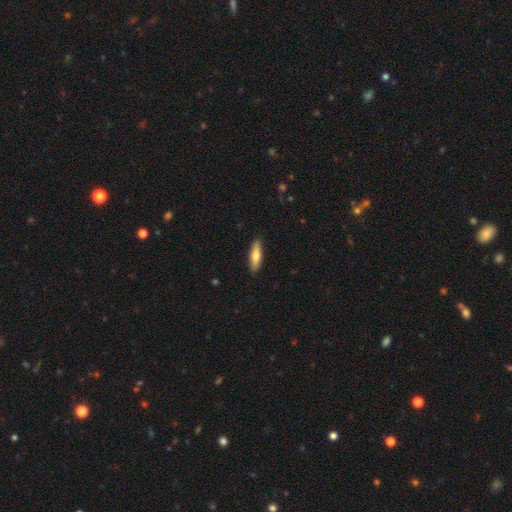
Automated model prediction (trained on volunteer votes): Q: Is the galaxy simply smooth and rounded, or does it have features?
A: smooth — 70%.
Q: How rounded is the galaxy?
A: cigar-shaped — 60%.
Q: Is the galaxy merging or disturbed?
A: none — 87%.